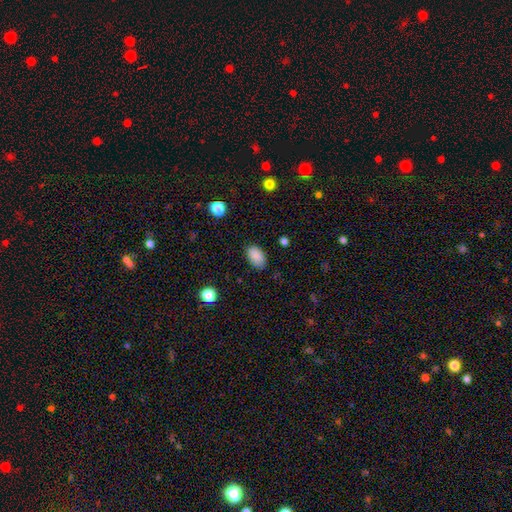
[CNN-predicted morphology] smooth 88%, star or artifact 8%, featured or disk 4%. Down the decision tree: how rounded — in between (92%); merging — none (83%).